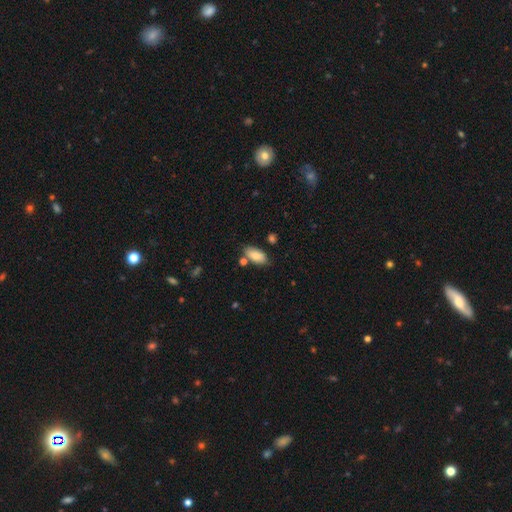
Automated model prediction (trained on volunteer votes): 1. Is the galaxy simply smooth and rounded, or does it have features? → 86% smooth, 8% featured or disk, 7% star or artifact.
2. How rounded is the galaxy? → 91% in between, 7% cigar-shaped, 2% round.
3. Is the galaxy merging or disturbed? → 74% none, 14% minor disturbance, 8% merger, 3% major disturbance.